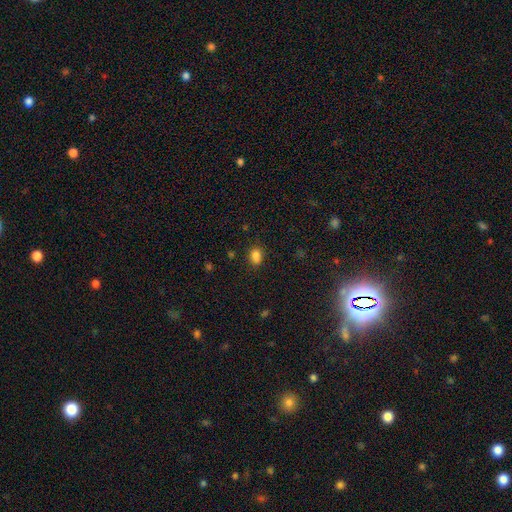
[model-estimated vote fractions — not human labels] Morphology: type=smooth (83%); roundness=in between (70%); merging=none (81%).